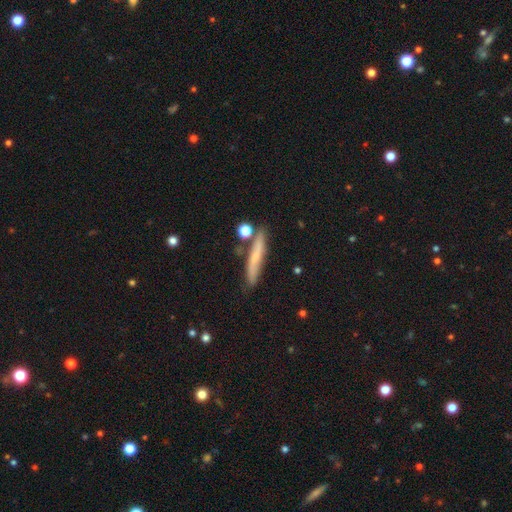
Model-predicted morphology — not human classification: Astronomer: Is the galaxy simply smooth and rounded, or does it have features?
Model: smooth — 56% (runner-up: featured or disk, 35%).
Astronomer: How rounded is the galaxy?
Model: cigar-shaped — 90%.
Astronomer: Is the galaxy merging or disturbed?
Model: none — 75%.